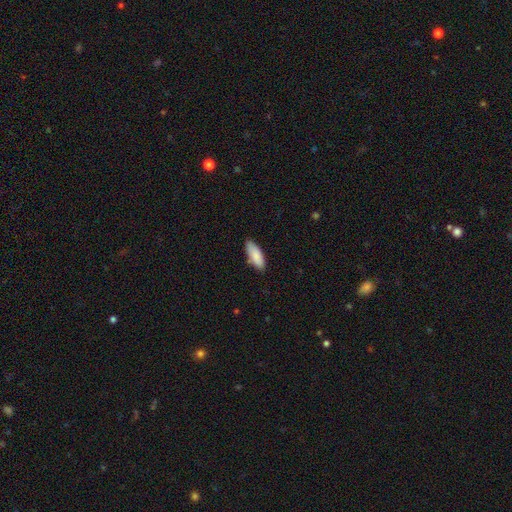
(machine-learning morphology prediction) Smooth or featured? Predicted: smooth (p=0.87). How rounded? Predicted: in between (p=0.73). Merging? Predicted: none (p=0.80).